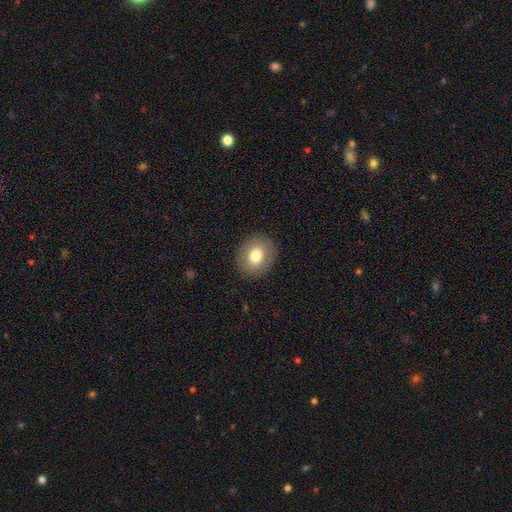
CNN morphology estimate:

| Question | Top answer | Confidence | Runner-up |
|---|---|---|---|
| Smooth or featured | smooth | 76% | featured or disk (15%) |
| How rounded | round | 61% | in between (38%) |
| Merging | none | 89% | minor disturbance (7%) |